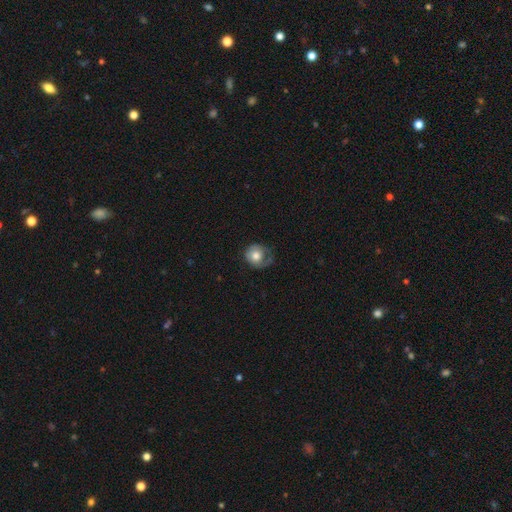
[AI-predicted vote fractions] This is likely a smooth galaxy (67%). How rounded: clearly round (81%). Merging: marginally none (44%).